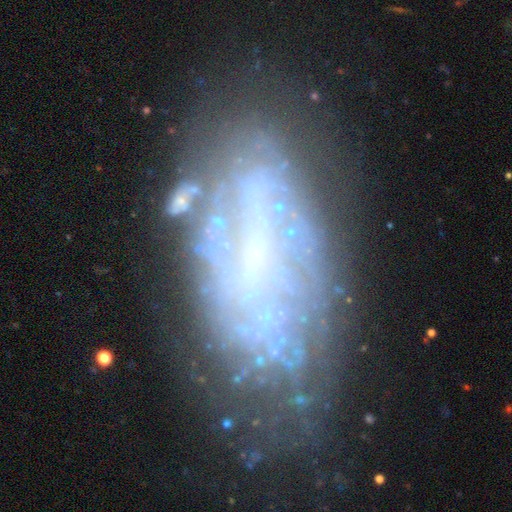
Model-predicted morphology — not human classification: This is likely a featured or disk galaxy (70%). It is clearly not viewed edge-on (92%). Bar: possibly no (54%). Spiral arm pattern: possibly no (51%). Central bulge: possibly none (55%). Merging: possibly none (58%).